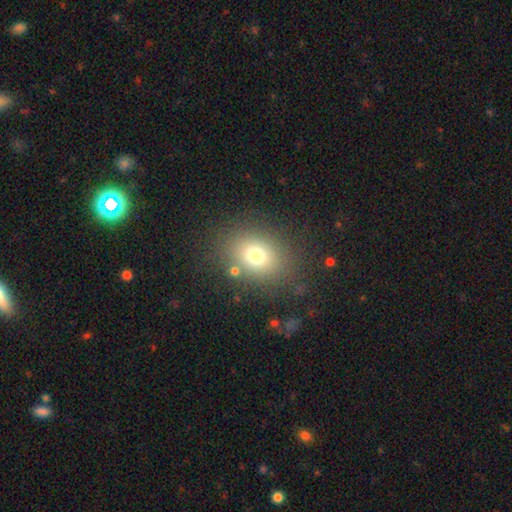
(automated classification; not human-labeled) Morphology: type=smooth (73%); roundness=in between (51%); merging=none (79%).